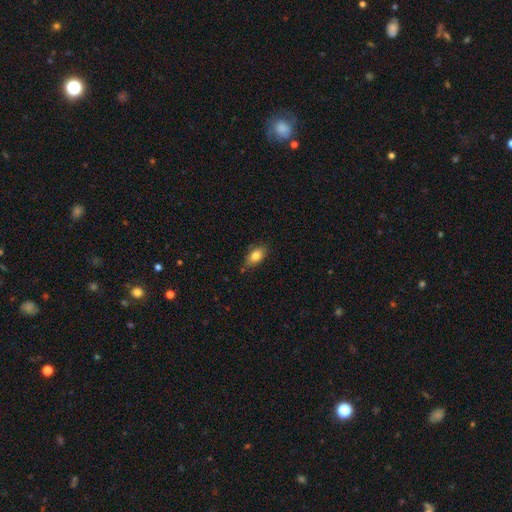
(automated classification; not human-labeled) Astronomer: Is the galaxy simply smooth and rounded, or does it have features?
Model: smooth — 81%.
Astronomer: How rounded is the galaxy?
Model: in between — 86%.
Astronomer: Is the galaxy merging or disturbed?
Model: none — 72%.